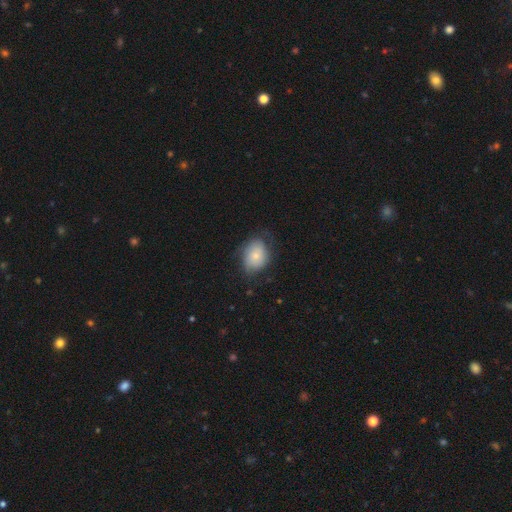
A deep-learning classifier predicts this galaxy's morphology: Q: Smooth or featured?
A: smooth (66%); runner-up: featured or disk (26%)
Q: How rounded?
A: in between (60%); runner-up: round (39%)
Q: Merging?
A: none (59%); runner-up: minor disturbance (28%)